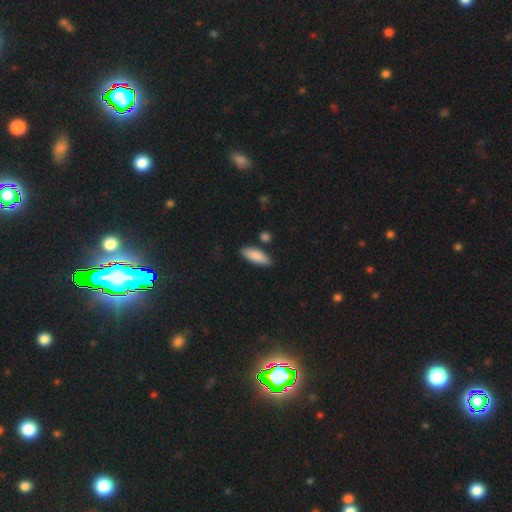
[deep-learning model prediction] Overall: smooth (87%). How rounded: in between (67%; cigar-shaped 31%). Merging: none (81%).